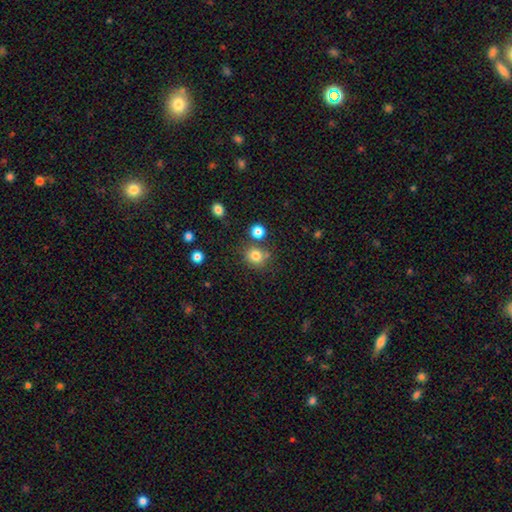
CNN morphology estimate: smooth-or-featured: smooth: 80% | star or artifact: 13% | featured or disk: 7%
  how-rounded: round: 83% | in between: 16% | cigar-shaped: 1%
  merging: none: 73% | minor disturbance: 12% | merger: 11% | major disturbance: 4%